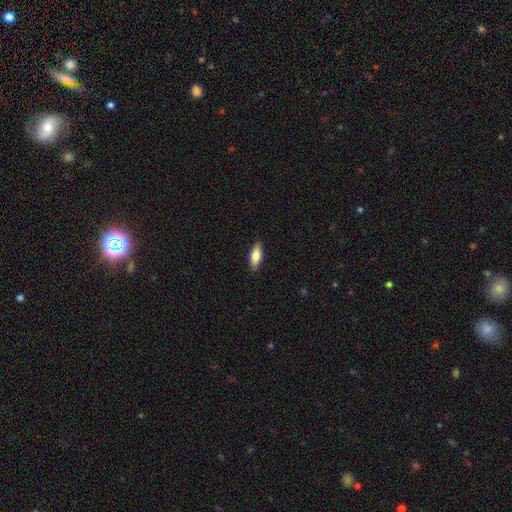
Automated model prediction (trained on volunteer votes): The model was most divided on "how rounded": in between: 73%, cigar-shaped: 24%, round: 2%. More confident: merging — none (87%); smooth or featured — smooth (79%).